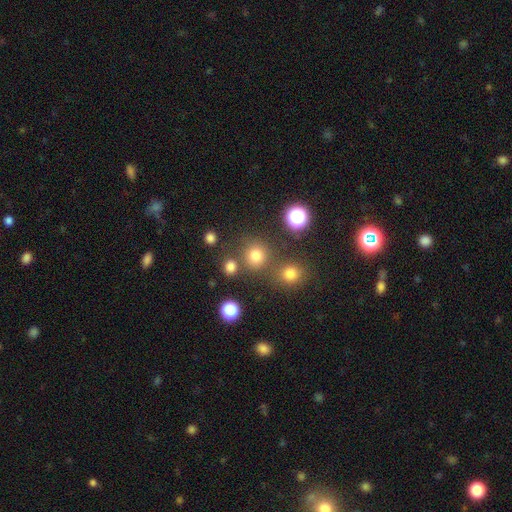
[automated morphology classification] smooth-or-featured: smooth: 75% | star or artifact: 19% | featured or disk: 6%
  how-rounded: round: 90% | in between: 9% | cigar-shaped: 1%
  merging: none: 73% | merger: 14% | minor disturbance: 8% | major disturbance: 4%